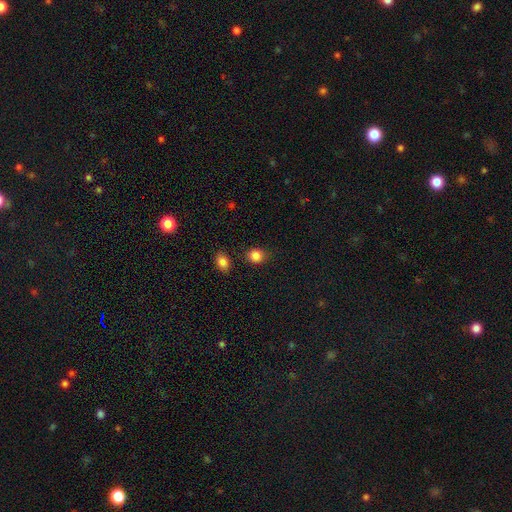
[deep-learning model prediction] Smooth or featured?
  - smooth: 86% *
  - star or artifact: 10%
  - featured or disk: 4%
How rounded?
  - round: 73% *
  - in between: 26%
  - cigar-shaped: 1%
Merging?
  - none: 82% *
  - minor disturbance: 11%
  - merger: 4%
  - major disturbance: 3%